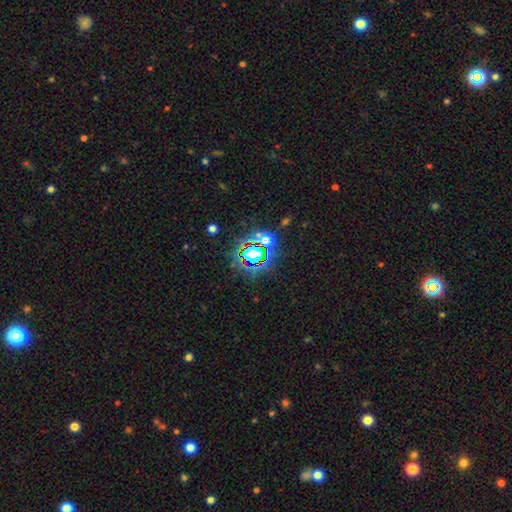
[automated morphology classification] This is likely a star or artifact rather than a galaxy (78%).